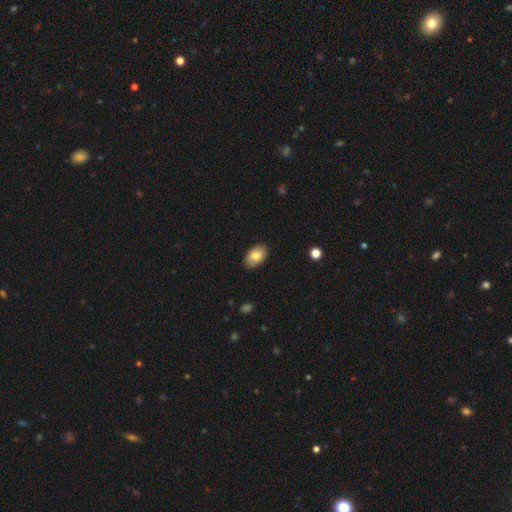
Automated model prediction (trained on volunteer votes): Q: Smooth or featured?
A: smooth (83%); runner-up: featured or disk (11%)
Q: How rounded?
A: in between (91%); runner-up: round (7%)
Q: Merging?
A: none (88%); runner-up: minor disturbance (9%)